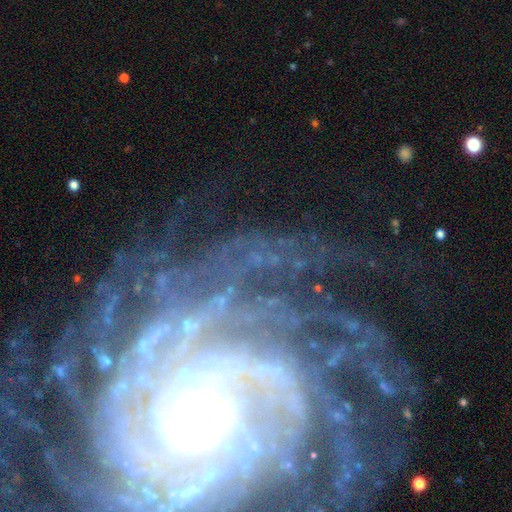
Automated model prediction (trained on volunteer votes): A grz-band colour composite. It shows a featured or disk galaxy (80%) with no bar (42%), tight (66%) spiral arms (93%) and a small central bulge (59%). Merging: none (66%).